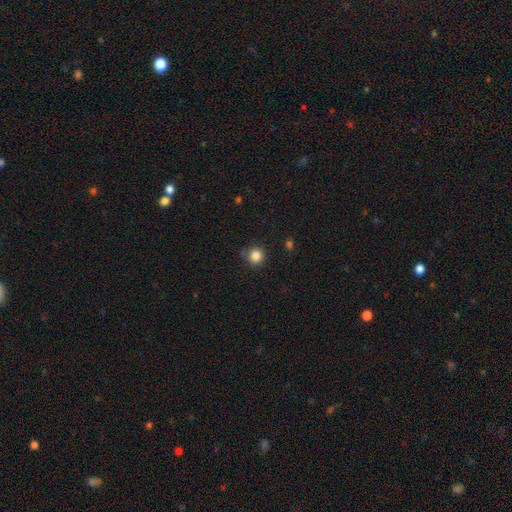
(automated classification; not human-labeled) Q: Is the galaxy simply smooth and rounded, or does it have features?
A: smooth — 84%.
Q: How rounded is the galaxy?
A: round — 91%.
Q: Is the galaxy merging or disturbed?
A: none — 82%.